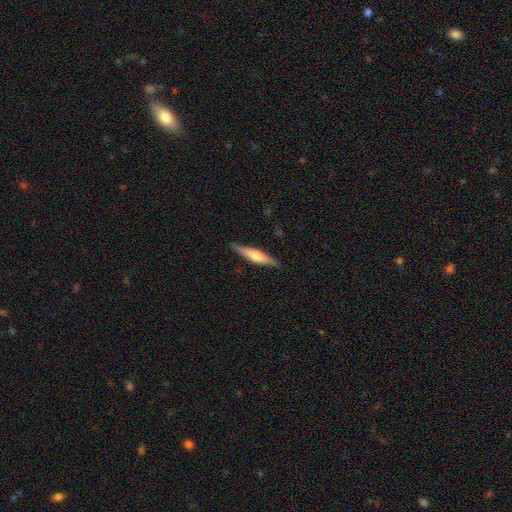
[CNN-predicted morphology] Smooth or featured? Predicted: featured or disk (p=0.58). Edge-on disk? Predicted: yes (p=0.96). Edge-on bulge? Predicted: rounded (p=0.84). Merging? Predicted: none (p=0.89).